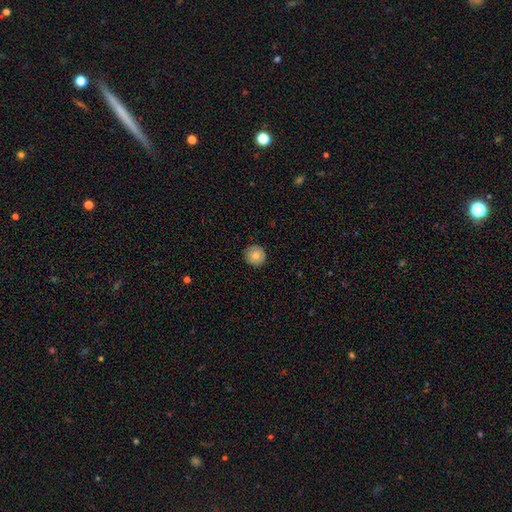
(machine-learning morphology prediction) The model was most divided on "smooth or featured": smooth: 79%, featured or disk: 13%, star or artifact: 8%. More confident: how rounded — round (94%); merging — none (90%).